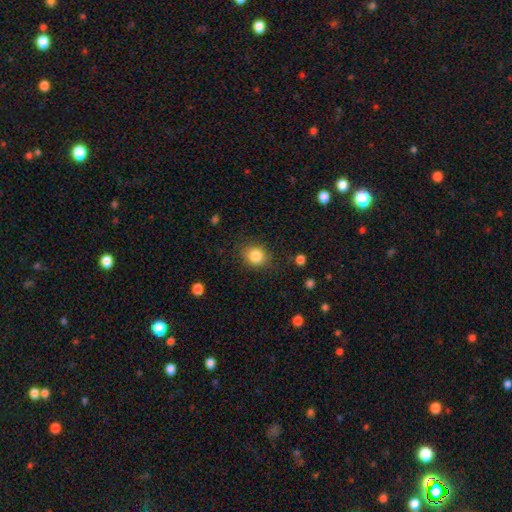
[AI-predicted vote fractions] Smooth or featured: smooth — 85% (star or artifact — 10%)
How rounded: round — 67% (in between — 32%)
Merging: none — 82% (minor disturbance — 12%)